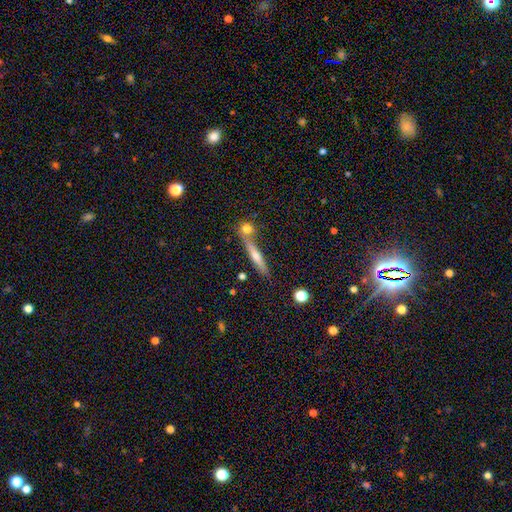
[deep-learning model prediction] The model was most divided on "smooth or featured": featured or disk: 53%, smooth: 38%, star or artifact: 9%. More confident: edge-on disk — yes (94%); merging — none (72%).